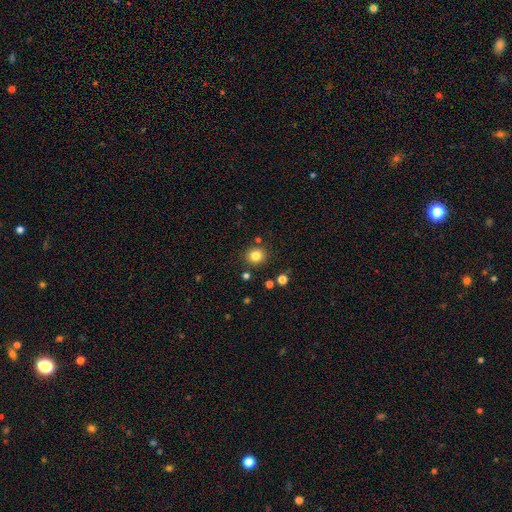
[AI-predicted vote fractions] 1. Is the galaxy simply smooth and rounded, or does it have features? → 82% smooth, 12% star or artifact, 6% featured or disk.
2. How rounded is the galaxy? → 86% round, 13% in between, 1% cigar-shaped.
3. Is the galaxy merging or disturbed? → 87% none, 7% minor disturbance, 4% merger, 2% major disturbance.